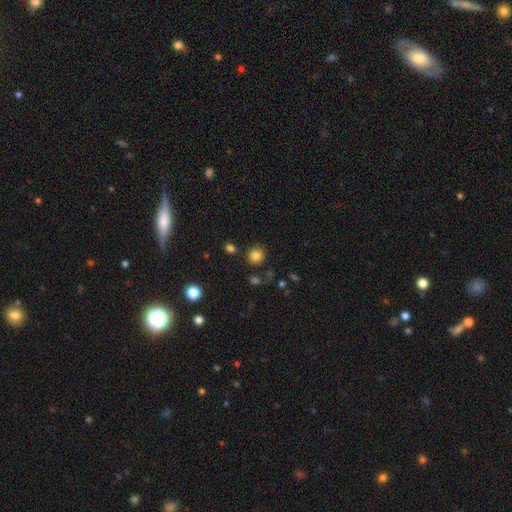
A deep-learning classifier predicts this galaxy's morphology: This appears to be a smooth galaxy with no disk features (82%) that is round (85%). Merging: none (83%).